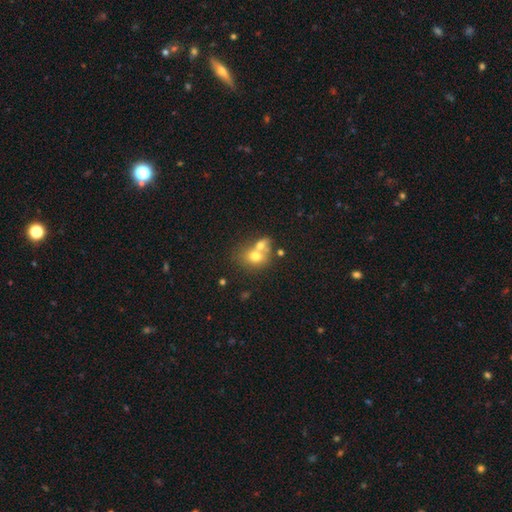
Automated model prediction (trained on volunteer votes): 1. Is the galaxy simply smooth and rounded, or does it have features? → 68% smooth, 21% featured or disk, 11% star or artifact.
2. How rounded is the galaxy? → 52% round, 47% in between, 1% cigar-shaped.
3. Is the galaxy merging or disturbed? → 59% merger, 28% none, 9% minor disturbance, 5% major disturbance.